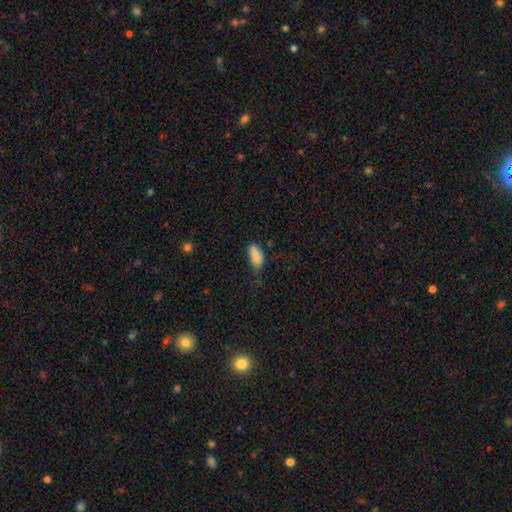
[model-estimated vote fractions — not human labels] Morphology: type=smooth (86%); roundness=in between (88%); merging=none (47%).